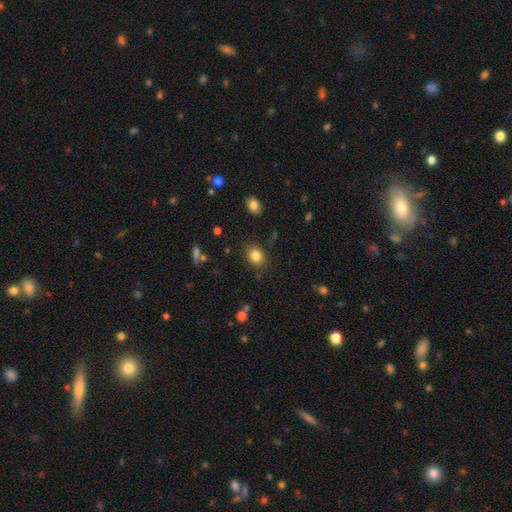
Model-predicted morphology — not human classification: This appears to be a smooth galaxy with no disk features (83%) that is round (55%). Merging: none (81%).